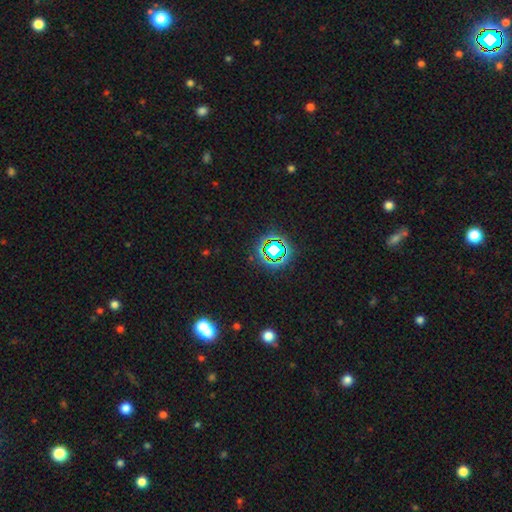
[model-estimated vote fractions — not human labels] Smooth or featured? star or artifact (75%)